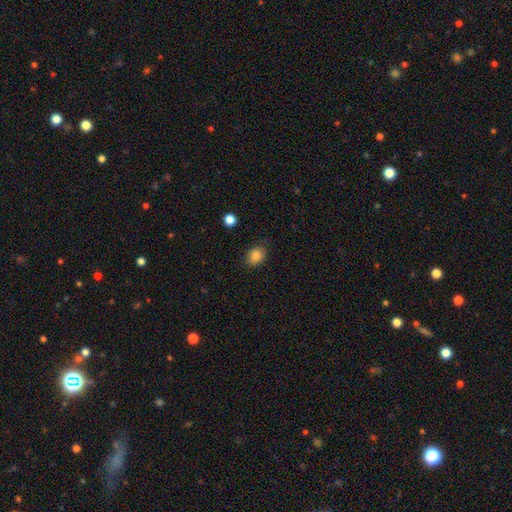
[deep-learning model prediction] A smooth galaxy with no disk features (85%) that is in between round and cigar-shaped (62%).

Vote fractions:
- Smooth or featured? smooth: 85% / star or artifact: 10% / featured or disk: 5%
- How rounded? in between: 62% / round: 37% / cigar-shaped: 1%
- Merging? none: 83% / minor disturbance: 13% / major disturbance: 3% / merger: 1%